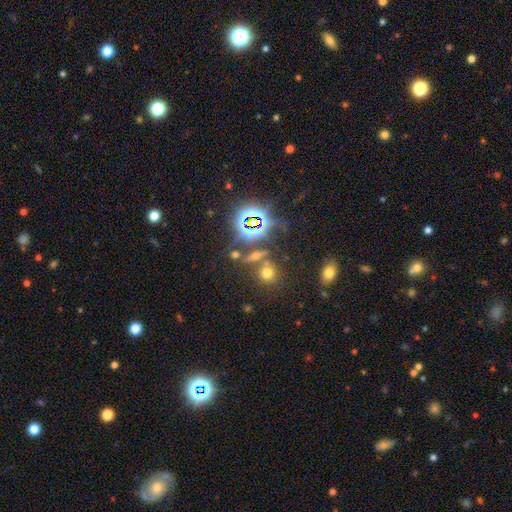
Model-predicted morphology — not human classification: Q: Smooth or featured?
A: star or artifact (49%); runner-up: smooth (36%)